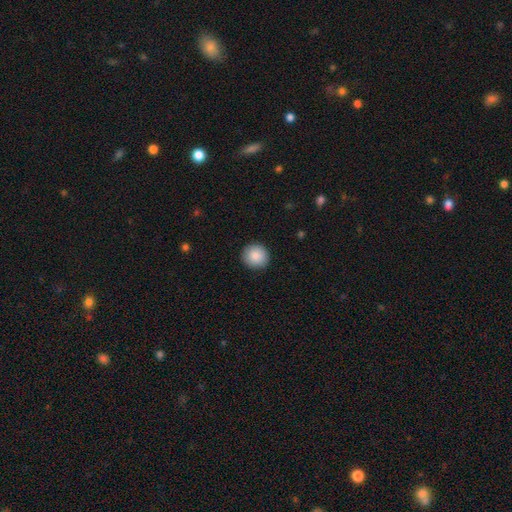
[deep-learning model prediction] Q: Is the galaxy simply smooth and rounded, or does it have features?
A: smooth — 88%.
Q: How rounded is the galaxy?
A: round — 91%.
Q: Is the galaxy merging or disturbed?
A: none — 91%.